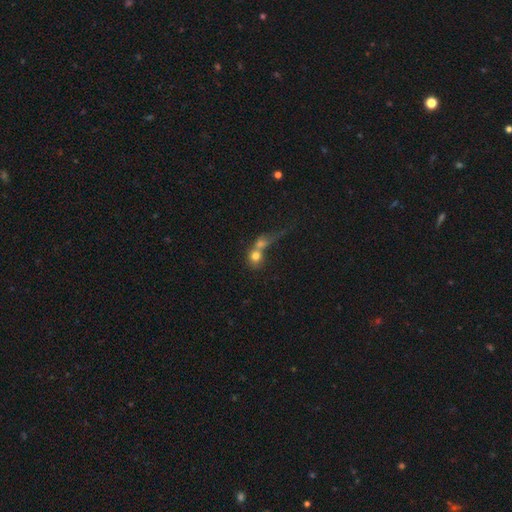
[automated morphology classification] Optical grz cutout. It shows a smooth galaxy with no disk features (70%) that is round (71%). Merging: merger (66%).